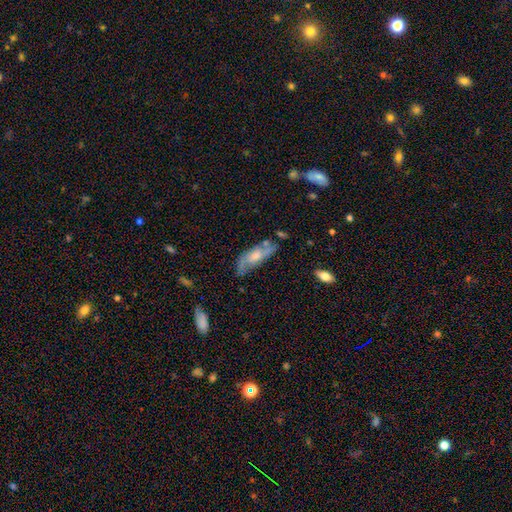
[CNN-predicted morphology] Q: Smooth or featured?
A: featured or disk (58%); runner-up: smooth (35%)
Q: Edge-on disk?
A: no (77%); runner-up: yes (23%)
Q: Merging?
A: none (60%); runner-up: minor disturbance (26%)